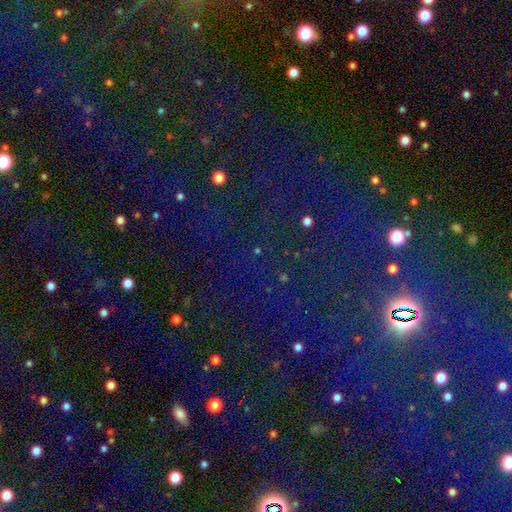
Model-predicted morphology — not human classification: Smooth or featured? Predicted: star or artifact (p=0.80).